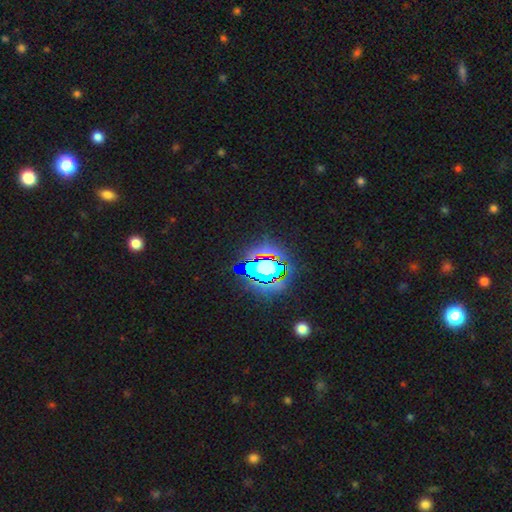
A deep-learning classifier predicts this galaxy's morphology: This is likely a star or artifact rather than a galaxy (80%).